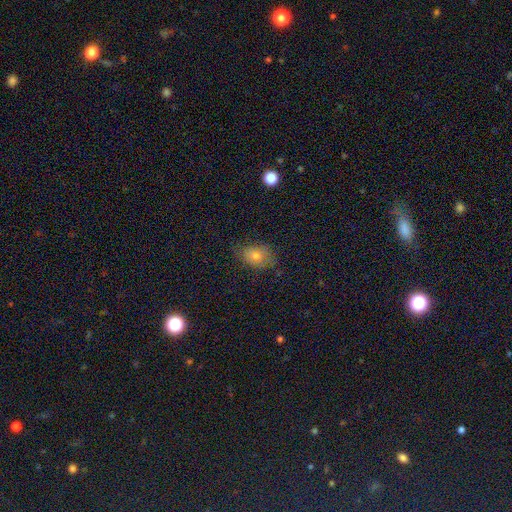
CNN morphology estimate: smooth-or-featured: smooth: 71% | featured or disk: 15% | star or artifact: 14%
  how-rounded: in between: 73% | round: 26% | cigar-shaped: 2%
  merging: none: 69% | minor disturbance: 23% | major disturbance: 6% | merger: 1%